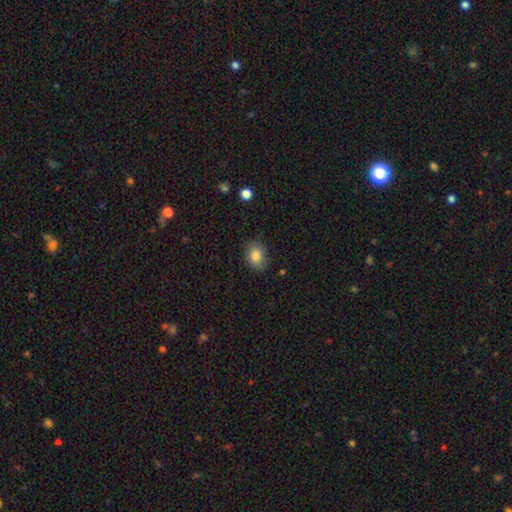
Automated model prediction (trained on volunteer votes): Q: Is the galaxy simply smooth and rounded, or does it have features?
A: smooth — 82%.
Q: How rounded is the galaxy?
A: in between — 65%.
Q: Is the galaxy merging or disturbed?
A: none — 75%.